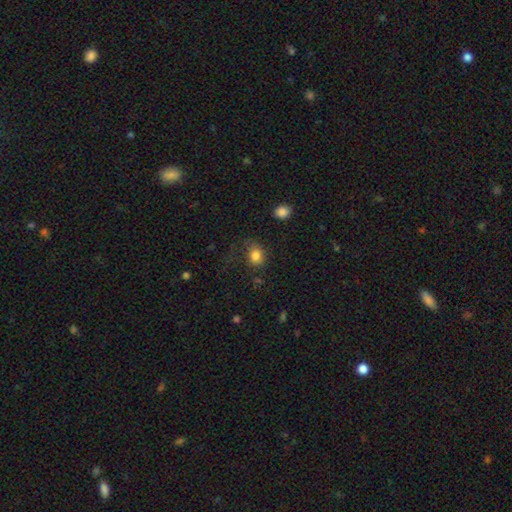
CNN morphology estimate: Smooth or featured? Predicted: smooth (p=0.82). How rounded? Predicted: round (p=0.57). Merging? Predicted: none (p=0.63).